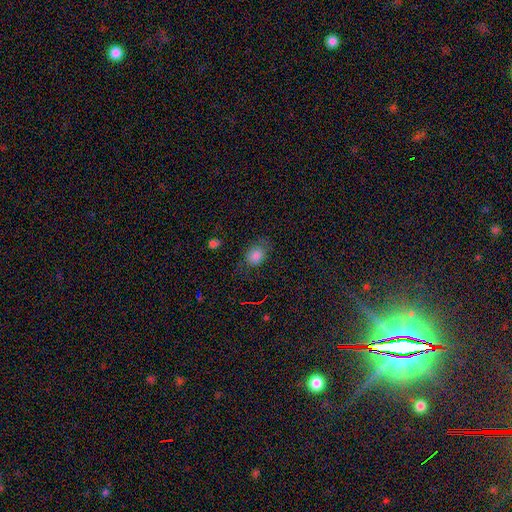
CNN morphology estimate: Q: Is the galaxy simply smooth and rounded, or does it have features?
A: smooth — 78%.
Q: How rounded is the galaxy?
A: in between — 66%.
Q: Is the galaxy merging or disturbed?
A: none — 65%.